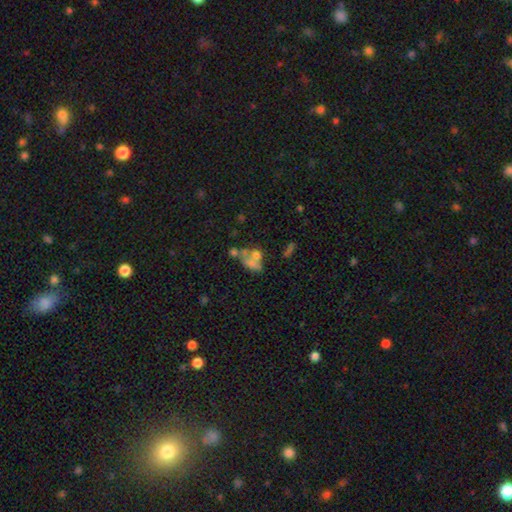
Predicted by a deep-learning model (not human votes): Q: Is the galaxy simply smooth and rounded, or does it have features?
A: smooth — 51%.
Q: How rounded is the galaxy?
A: in between — 66%.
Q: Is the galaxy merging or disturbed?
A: merger — 50%.